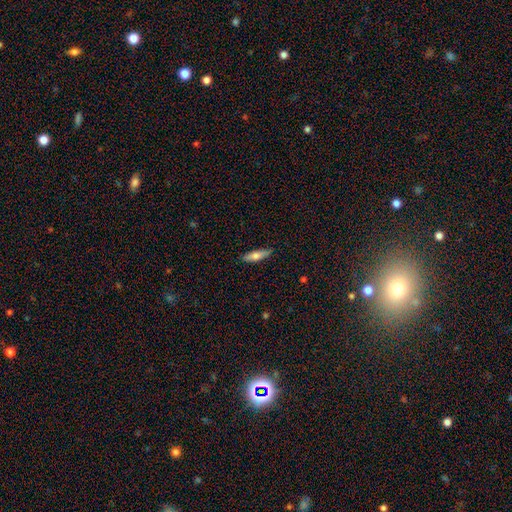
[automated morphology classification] smooth 69%, featured or disk 25%, star or artifact 6%. Down the decision tree: how rounded — cigar-shaped (66%); merging — none (85%).